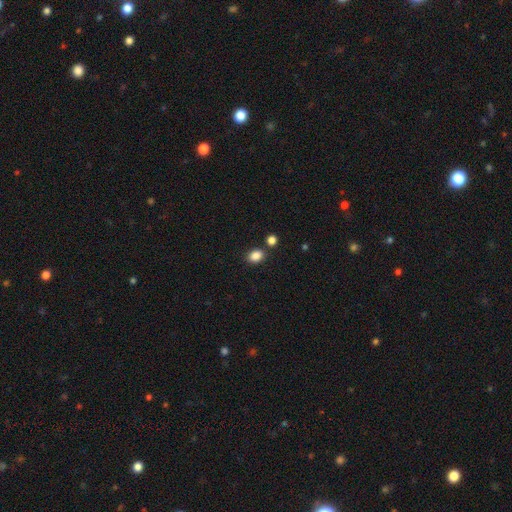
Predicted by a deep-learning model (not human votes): Overall: smooth (86%). How rounded: in between (67%; round 32%). Merging: none (77%).